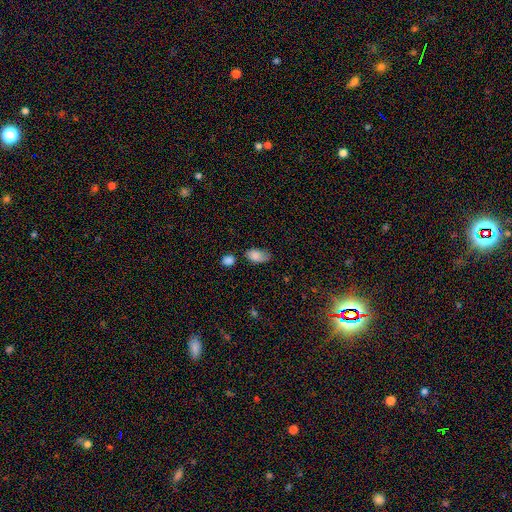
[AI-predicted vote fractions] Smooth or featured: smooth — 84% (star or artifact — 9%)
How rounded: in between — 92% (round — 6%)
Merging: none — 50% (minor disturbance — 33%)